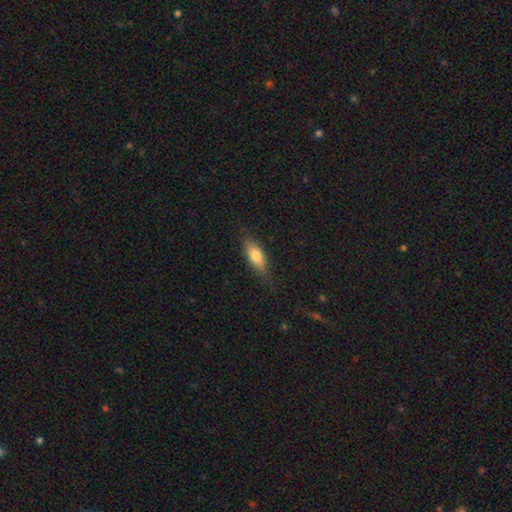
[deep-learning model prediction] smooth_or_featured: smooth (p=0.76) [alt: featured or disk p=0.18]
how_rounded: in between (p=0.77) [alt: cigar-shaped p=0.20]
merging: none (p=0.80) [alt: minor disturbance p=0.16]